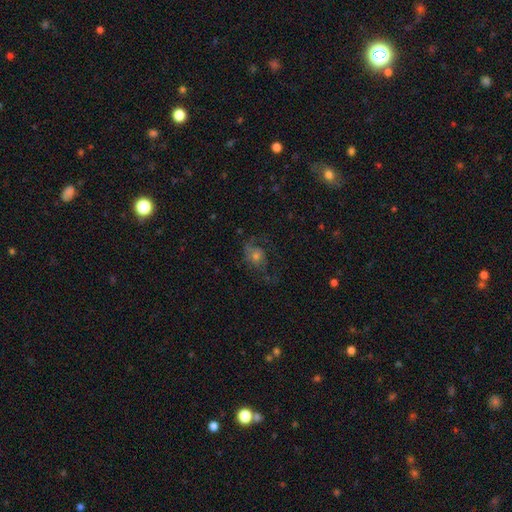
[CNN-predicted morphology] A featured or disk galaxy (53%) with no bar (78%), spiral arms (73%) and a moderate central bulge (49%). Merging: none (50%).